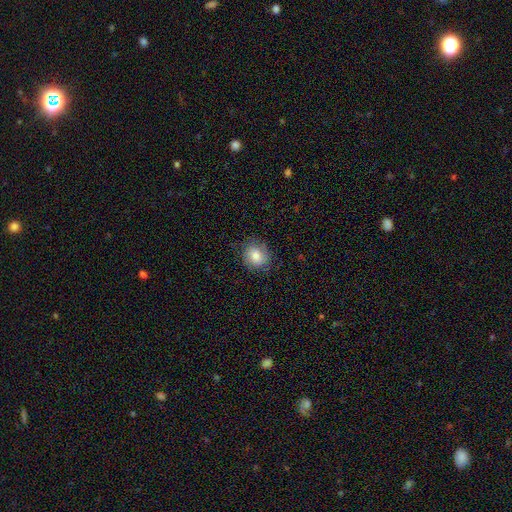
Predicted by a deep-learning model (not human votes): A smooth galaxy with no disk features (73%) that is round (68%).

Vote fractions:
- Smooth or featured? smooth: 73% / featured or disk: 18% / star or artifact: 9%
- How rounded? round: 68% / in between: 31% / cigar-shaped: 1%
- Merging? none: 77% / minor disturbance: 16% / major disturbance: 5% / merger: 1%